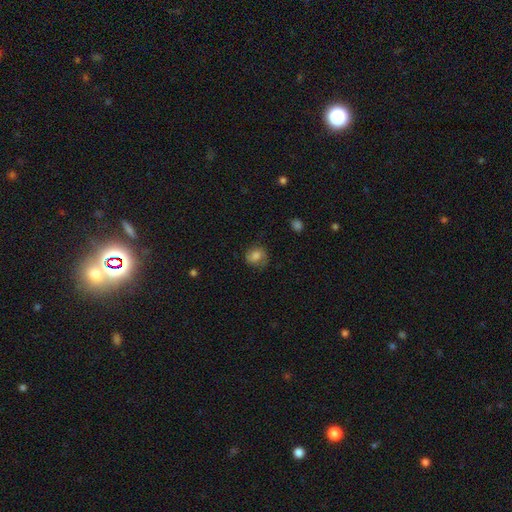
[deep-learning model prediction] A smooth galaxy with no disk features (71%) that is round (68%).

Vote fractions:
- Smooth or featured? smooth: 71% / featured or disk: 20% / star or artifact: 10%
- How rounded? round: 68% / in between: 31% / cigar-shaped: 1%
- Merging? none: 68% / minor disturbance: 21% / major disturbance: 9% / merger: 1%